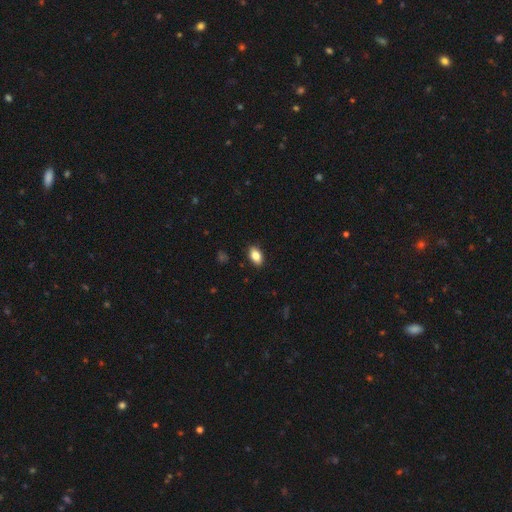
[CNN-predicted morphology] Overall: smooth (85%). How rounded: in between (90%). Merging: none (89%).